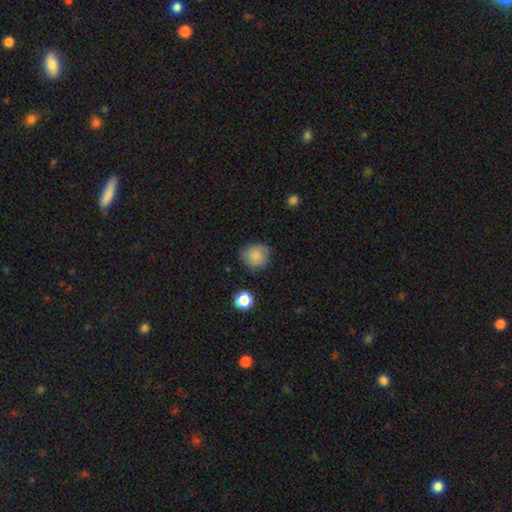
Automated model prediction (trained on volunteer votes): This appears to be a smooth galaxy with no disk features (73%) that is round (83%). Merging: none (78%).